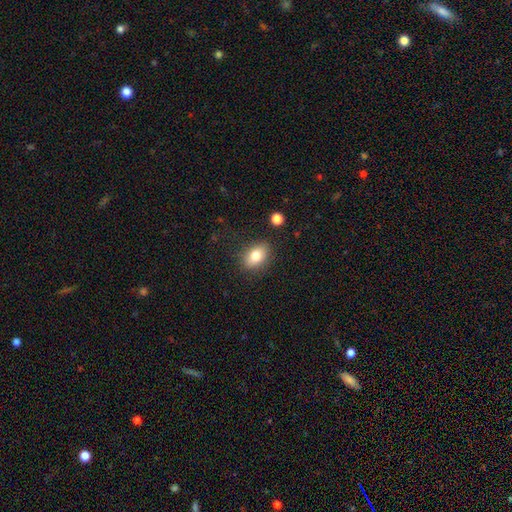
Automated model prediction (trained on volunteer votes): Smooth or featured? smooth (80%)
How rounded? in between (81%)
Merging? none (84%)